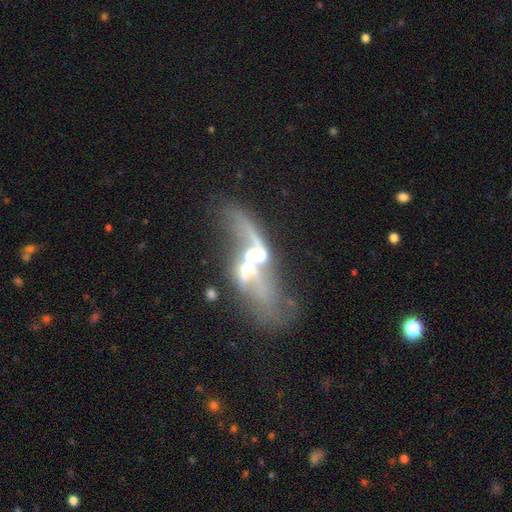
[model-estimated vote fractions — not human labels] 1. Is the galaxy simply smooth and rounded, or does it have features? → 74% featured or disk, 16% smooth, 10% star or artifact.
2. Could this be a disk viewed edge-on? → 82% no, 18% yes.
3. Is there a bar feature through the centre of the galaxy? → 56% no, 28% weak, 16% strong.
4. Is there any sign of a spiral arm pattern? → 62% yes, 38% no.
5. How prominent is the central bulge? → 55% moderate, 20% small, 16% large, 6% none, 4% dominant.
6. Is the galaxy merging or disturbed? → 62% merger, 16% major disturbance, 15% none, 7% minor disturbance.